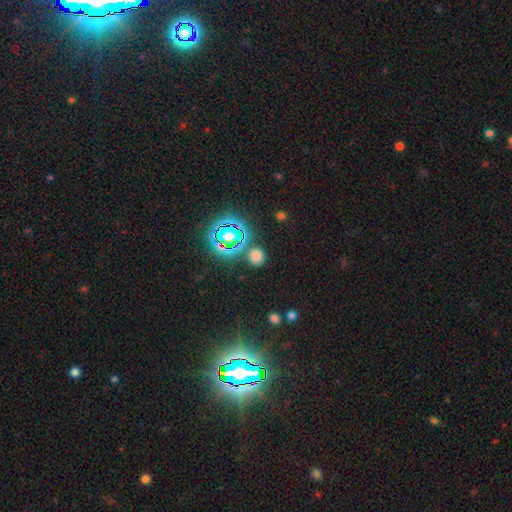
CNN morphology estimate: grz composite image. It shows a smooth galaxy with no disk features (64%) that is round (81%). Merging: none (83%).